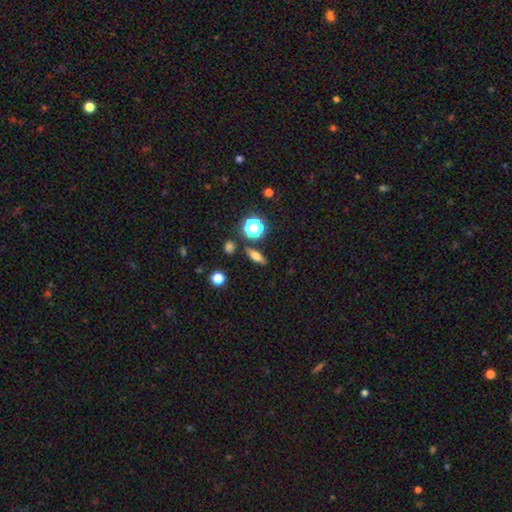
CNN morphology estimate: smooth-or-featured: smooth: 60% | featured or disk: 27% | star or artifact: 13%
  how-rounded: in between: 49% | cigar-shaped: 35% | round: 16%
  merging: none: 85% | minor disturbance: 9% | merger: 4% | major disturbance: 3%